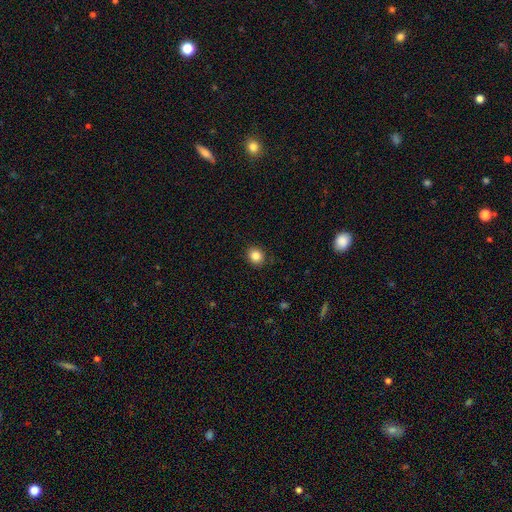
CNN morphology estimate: Q: Smooth or featured?
A: smooth (85%); runner-up: star or artifact (10%)
Q: How rounded?
A: round (77%); runner-up: in between (22%)
Q: Merging?
A: none (89%); runner-up: minor disturbance (8%)